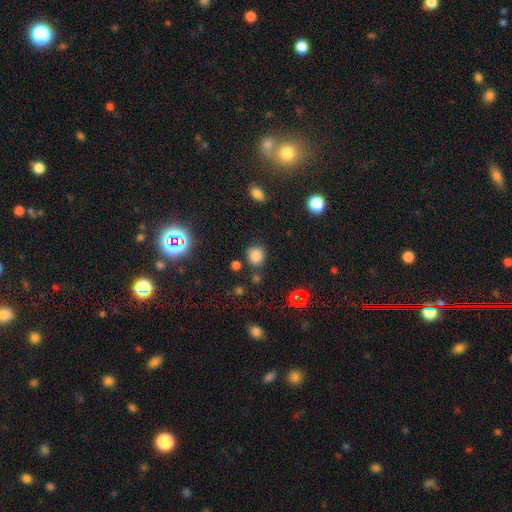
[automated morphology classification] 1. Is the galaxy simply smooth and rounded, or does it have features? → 78% smooth, 17% star or artifact, 5% featured or disk.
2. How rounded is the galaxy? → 83% round, 16% in between, 1% cigar-shaped.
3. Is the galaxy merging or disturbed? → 78% none, 12% minor disturbance, 5% merger, 4% major disturbance.